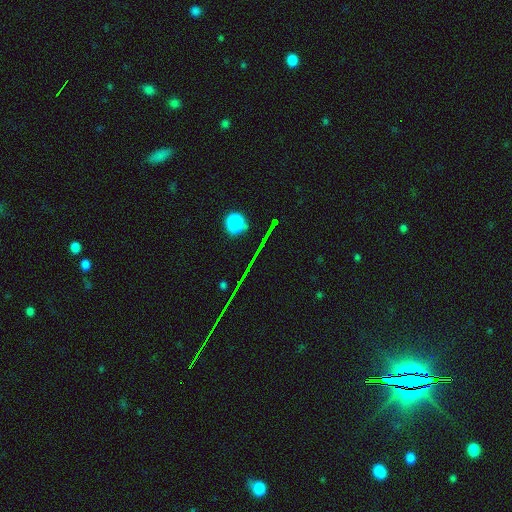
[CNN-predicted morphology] Smooth or featured: star or artifact — 80% (smooth — 11%)